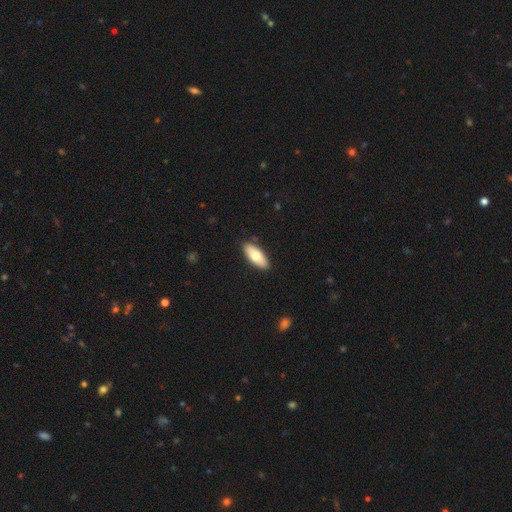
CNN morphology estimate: Q: Smooth or featured?
A: smooth (75%); runner-up: featured or disk (19%)
Q: How rounded?
A: in between (83%); runner-up: cigar-shaped (15%)
Q: Merging?
A: none (88%); runner-up: minor disturbance (9%)